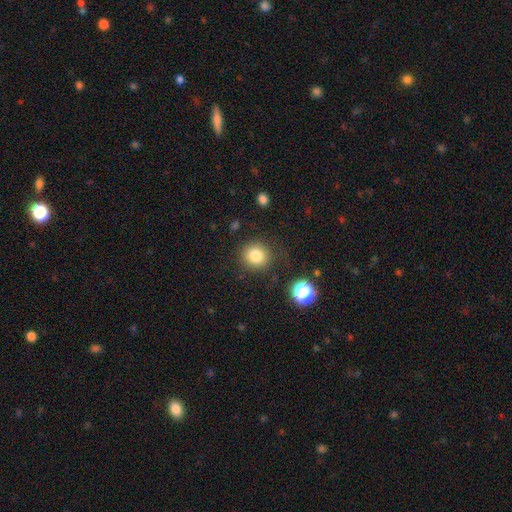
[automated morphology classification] Smooth or featured? smooth (82%)
How rounded? round (89%)
Merging? none (85%)